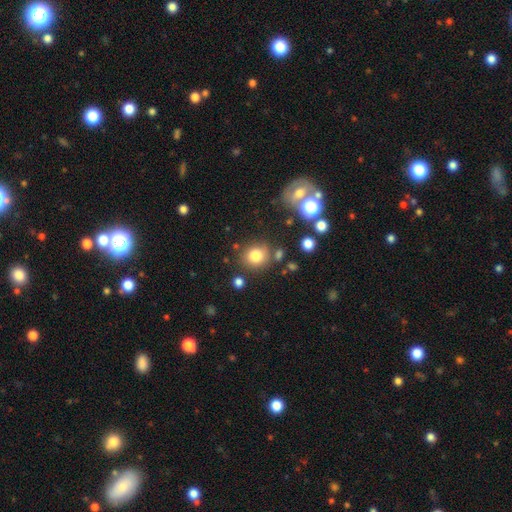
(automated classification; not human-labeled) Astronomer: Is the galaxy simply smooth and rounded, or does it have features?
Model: smooth — 79%.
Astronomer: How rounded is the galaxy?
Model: round — 83%.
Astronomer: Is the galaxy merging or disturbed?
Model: none — 76%.